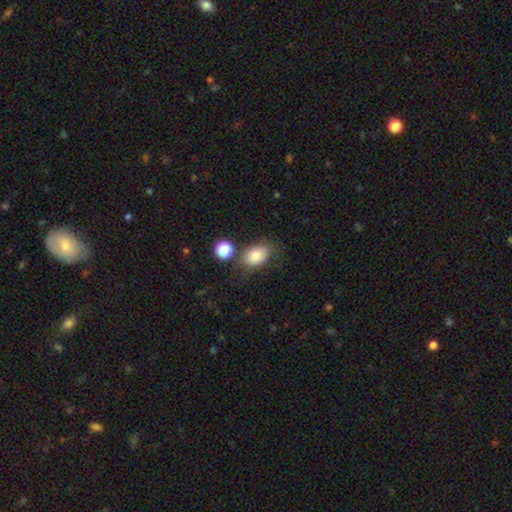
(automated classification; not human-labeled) A smooth galaxy with no disk features (80%) that is in between round and cigar-shaped (78%). Merging: none (67%).